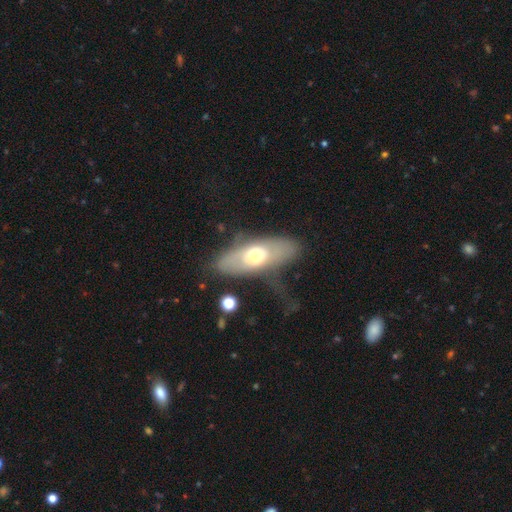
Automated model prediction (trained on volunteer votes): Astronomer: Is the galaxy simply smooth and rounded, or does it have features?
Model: smooth — 52% (runner-up: featured or disk, 41%).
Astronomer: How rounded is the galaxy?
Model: in between — 78%.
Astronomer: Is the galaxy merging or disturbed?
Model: none — 45% (runner-up: minor disturbance, 26%).